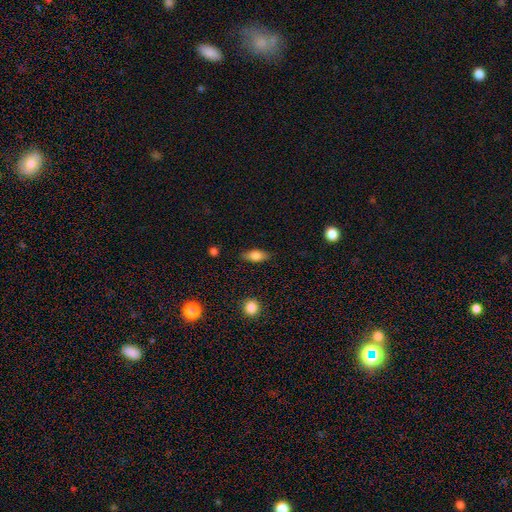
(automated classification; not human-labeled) This is likely a smooth galaxy (77%). How rounded: clearly in between (82%). Merging: clearly none (85%).